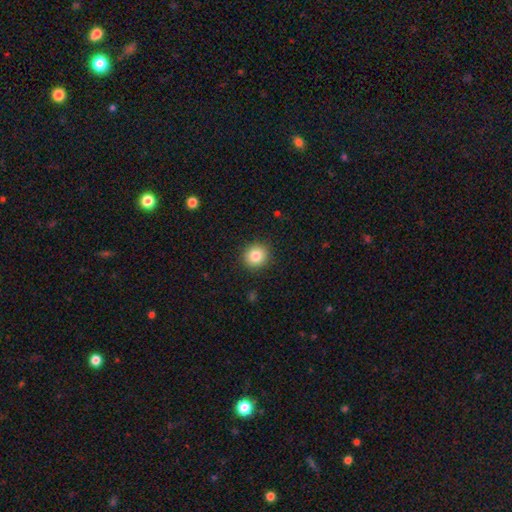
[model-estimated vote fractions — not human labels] A smooth galaxy with no disk features (83%) that is round (90%). Merging: none (91%).